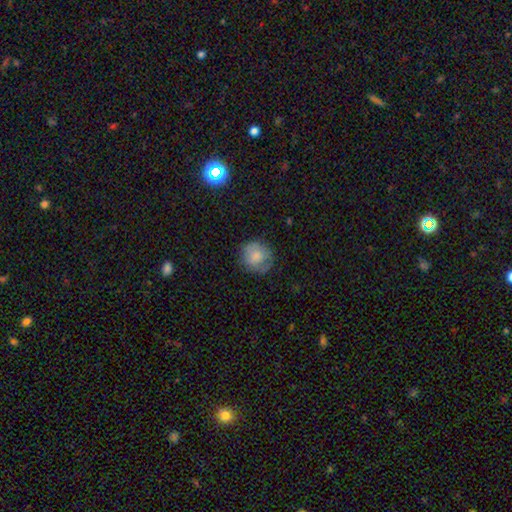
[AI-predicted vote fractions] This appears to be a smooth galaxy with no disk features (74%) that is round (86%). Merging: none (70%).